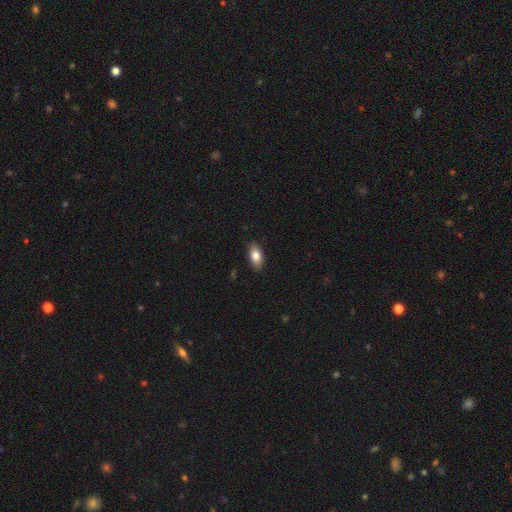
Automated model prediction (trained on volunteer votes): smooth-or-featured: smooth: 79% | featured or disk: 14% | star or artifact: 7%
  how-rounded: in between: 89% | cigar-shaped: 7% | round: 4%
  merging: none: 87% | minor disturbance: 10% | major disturbance: 2% | merger: 1%